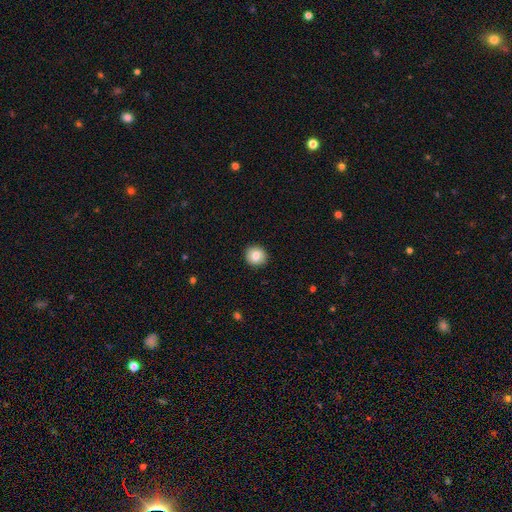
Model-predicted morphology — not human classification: Overall: smooth (83%). How rounded: round (90%). Merging: none (92%).